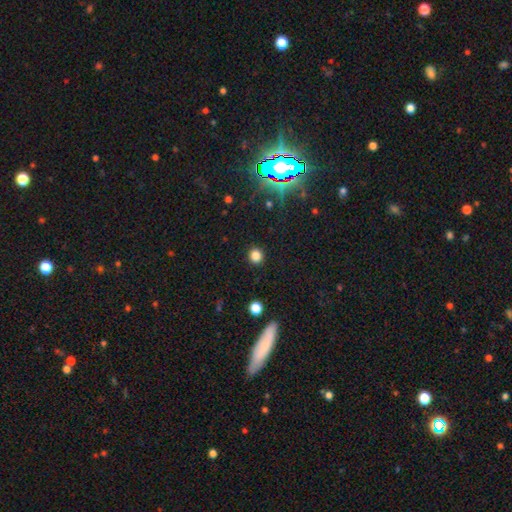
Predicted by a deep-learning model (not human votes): Smooth or featured?
  - smooth: 83% *
  - star or artifact: 13%
  - featured or disk: 4%
How rounded?
  - round: 87% *
  - in between: 12%
  - cigar-shaped: 1%
Merging?
  - none: 91% *
  - minor disturbance: 5%
  - major disturbance: 2%
  - merger: 1%